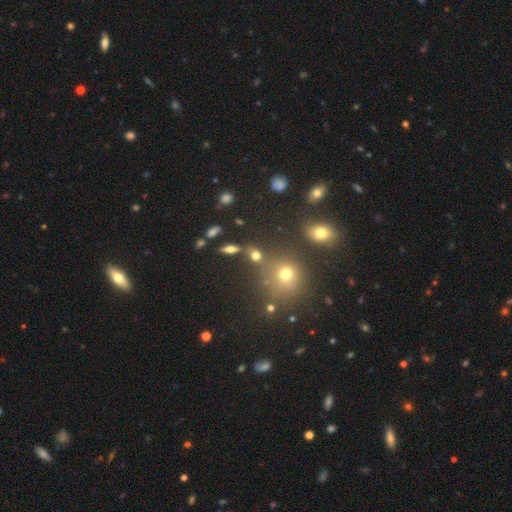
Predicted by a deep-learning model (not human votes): Smooth or featured? smooth (65%)
How rounded? in between (48%)
Merging? none (67%)